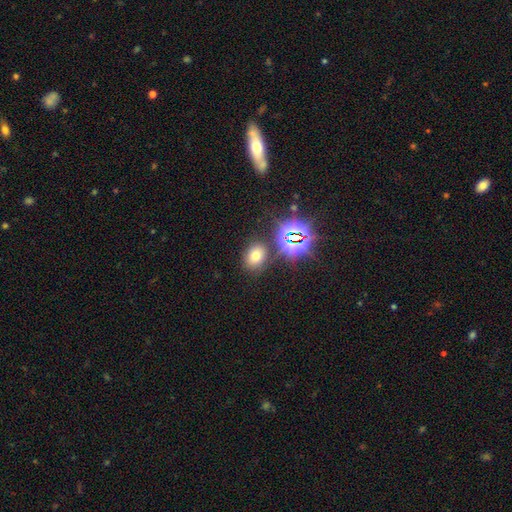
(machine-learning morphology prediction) This appears to be a smooth galaxy with no disk features (61%) that is in between round and cigar-shaped (59%). Merging: none (79%).